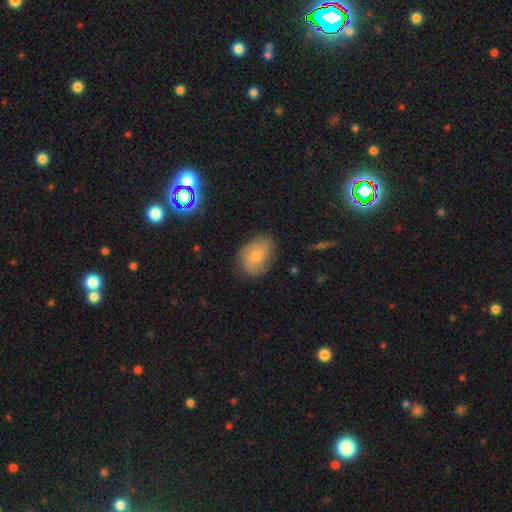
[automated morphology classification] Smooth or featured? Predicted: featured or disk (p=0.48). Merging? Predicted: none (p=0.71).